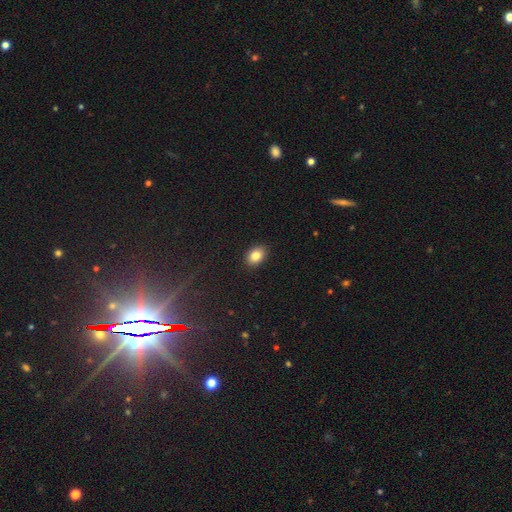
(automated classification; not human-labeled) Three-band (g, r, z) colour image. It shows a smooth galaxy with no disk features (84%) that is in between round and cigar-shaped (77%). Merging: none (90%).